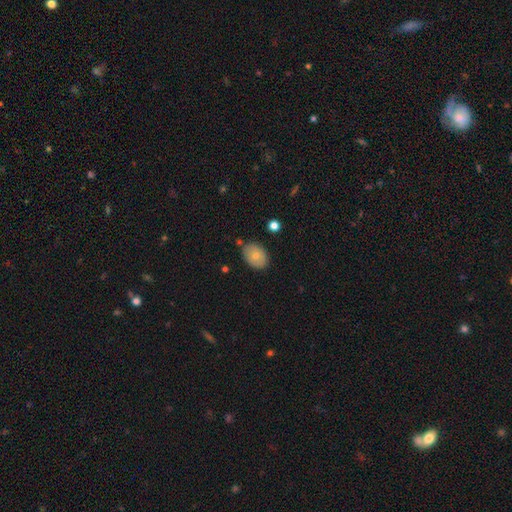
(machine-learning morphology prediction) Overall: smooth (73%). How rounded: in between (77%). Merging: none (80%).